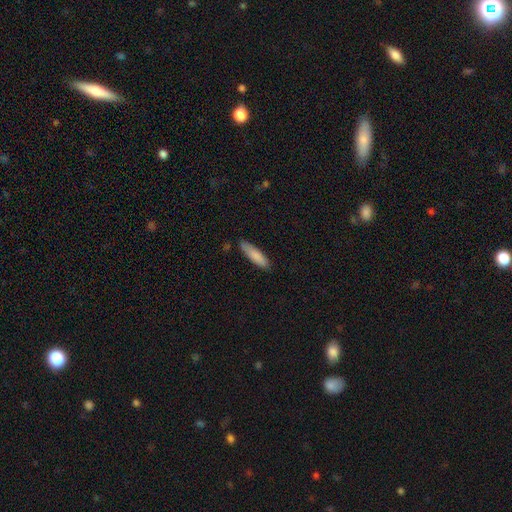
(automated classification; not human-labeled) Smooth or featured: smooth — 84% (featured or disk — 10%)
How rounded: cigar-shaped — 68% (in between — 30%)
Merging: none — 82% (minor disturbance — 14%)